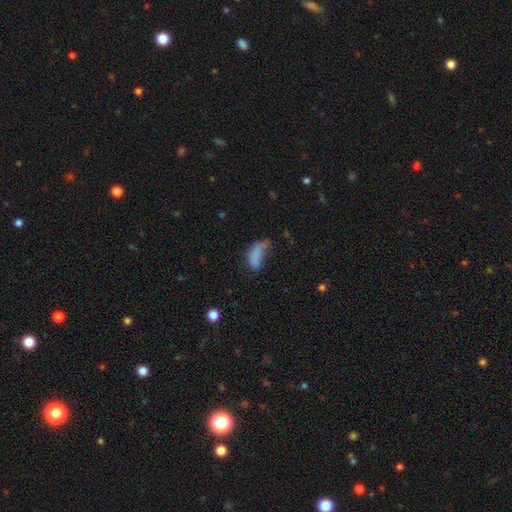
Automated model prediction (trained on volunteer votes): Smooth or featured: smooth — 68% (featured or disk — 19%)
How rounded: in between — 83% (cigar-shaped — 13%)
Merging: major disturbance — 41% (minor disturbance — 25%)